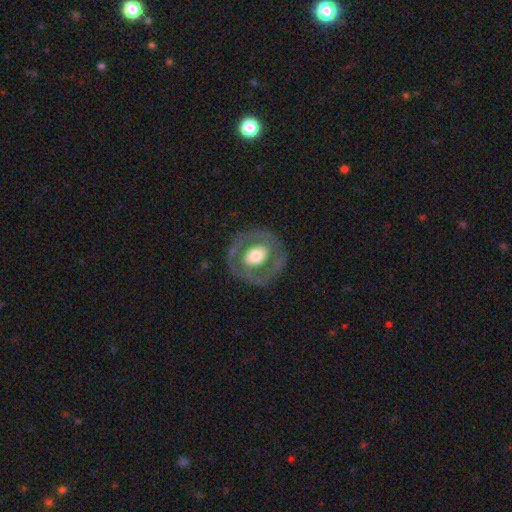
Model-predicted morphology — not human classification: This appears to be a featured or disk galaxy (61%) with no bar (69%), no spiral arms (72%) and a moderate central bulge (54%). Merging: none (77%).